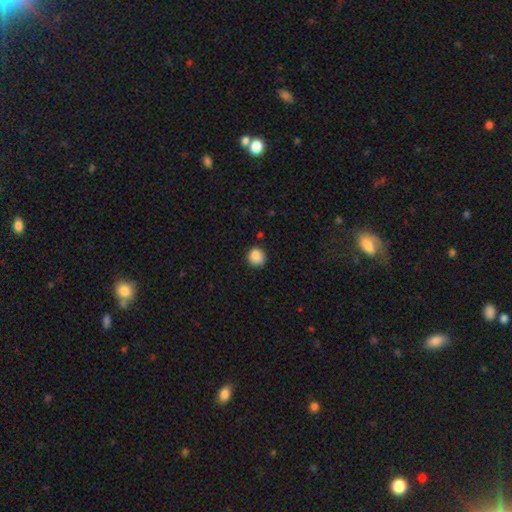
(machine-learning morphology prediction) The model was most divided on "merging": none: 82%, minor disturbance: 13%, major disturbance: 3%, merger: 2%. More confident: smooth or featured — smooth (88%); how rounded — round (86%).